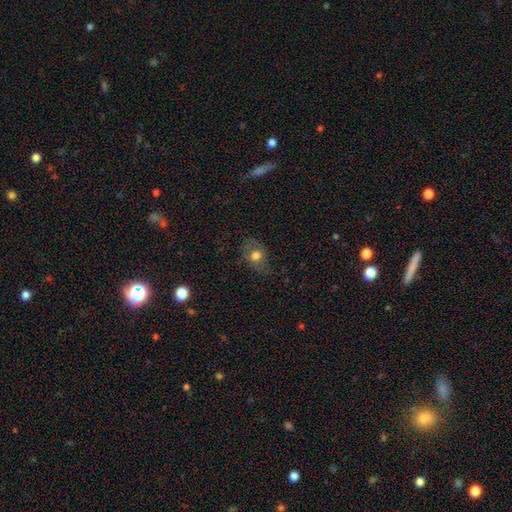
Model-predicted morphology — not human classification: Smooth or featured? Predicted: smooth (p=0.66). How rounded? Predicted: in between (p=0.57). Merging? Predicted: none (p=0.67).